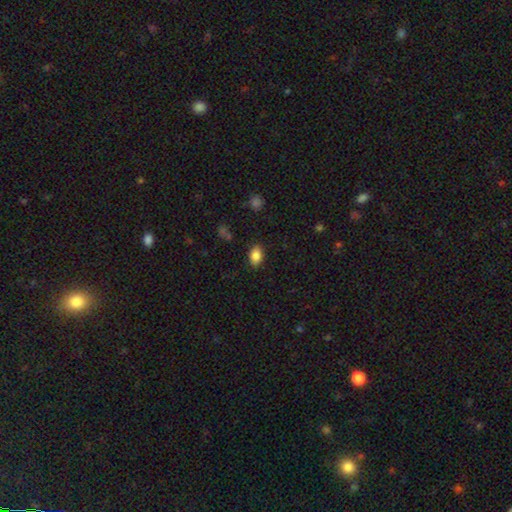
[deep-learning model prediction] This appears to be a smooth galaxy with no disk features (85%) that is in between round and cigar-shaped (87%). Merging: none (86%).